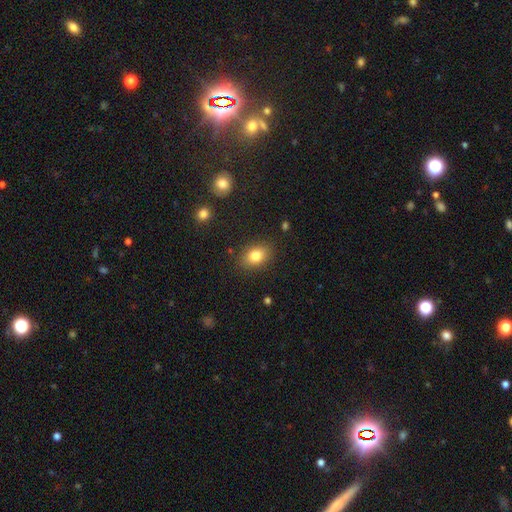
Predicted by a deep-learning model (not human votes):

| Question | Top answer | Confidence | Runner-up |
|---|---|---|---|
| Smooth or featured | smooth | 81% | star or artifact (10%) |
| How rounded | in between | 76% | round (23%) |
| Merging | none | 85% | minor disturbance (10%) |